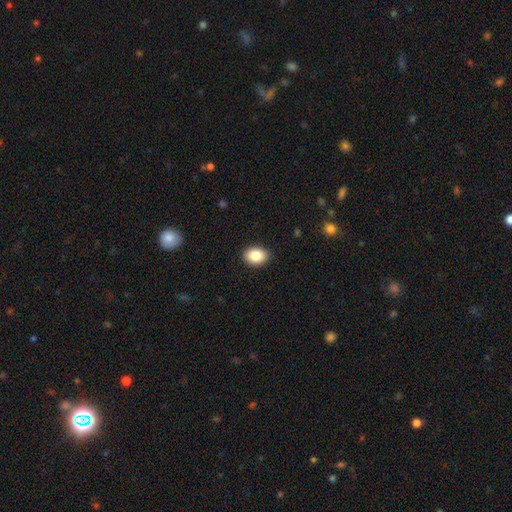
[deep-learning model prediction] A smooth galaxy with no disk features (86%) that is in between round and cigar-shaped (75%).

Vote fractions:
- Smooth or featured? smooth: 86% / star or artifact: 8% / featured or disk: 6%
- How rounded? in between: 75% / round: 24% / cigar-shaped: 1%
- Merging? none: 90% / minor disturbance: 8% / major disturbance: 2% / merger: 1%